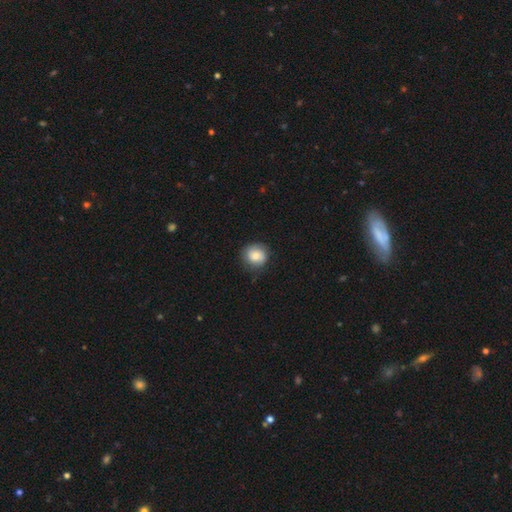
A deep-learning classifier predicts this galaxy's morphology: Q: Smooth or featured?
A: smooth (76%); runner-up: featured or disk (16%)
Q: How rounded?
A: round (84%); runner-up: in between (15%)
Q: Merging?
A: none (75%); runner-up: minor disturbance (19%)